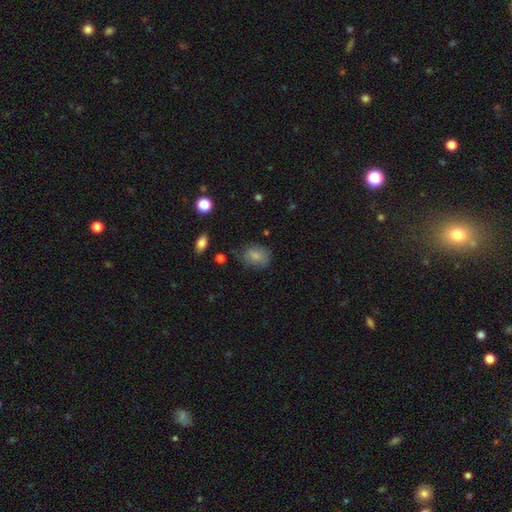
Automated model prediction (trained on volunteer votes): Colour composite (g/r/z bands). It shows a smooth galaxy with no disk features (81%) that is in between round and cigar-shaped (57%). Merging: none (69%).